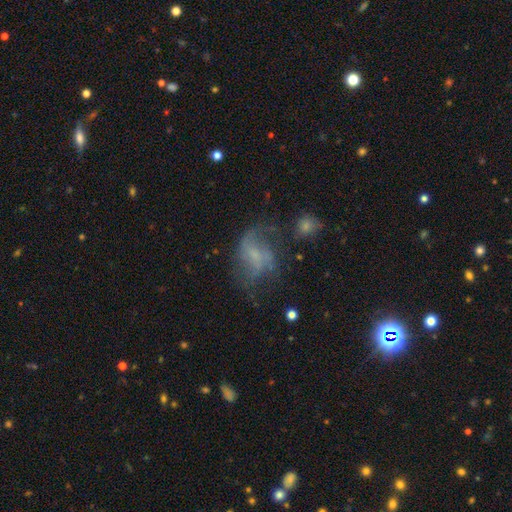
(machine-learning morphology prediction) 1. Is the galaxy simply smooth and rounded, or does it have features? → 55% featured or disk, 31% smooth, 14% star or artifact.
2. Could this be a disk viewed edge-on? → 97% no, 3% yes.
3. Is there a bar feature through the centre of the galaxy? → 59% no, 33% weak, 8% strong.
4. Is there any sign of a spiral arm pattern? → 65% yes, 35% no.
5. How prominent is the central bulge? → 48% small, 35% none, 14% moderate, 2% large, 1% dominant.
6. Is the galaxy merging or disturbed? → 36% none, 35% major disturbance, 23% minor disturbance, 7% merger.